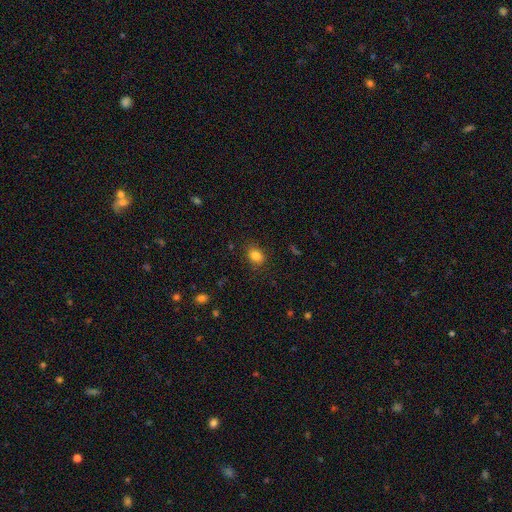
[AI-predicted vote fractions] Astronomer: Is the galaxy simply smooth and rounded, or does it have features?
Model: smooth — 83%.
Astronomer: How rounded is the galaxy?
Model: in between — 66%.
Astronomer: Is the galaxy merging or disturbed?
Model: none — 84%.